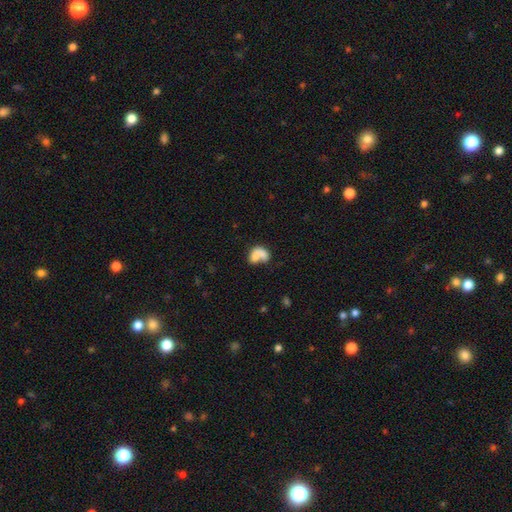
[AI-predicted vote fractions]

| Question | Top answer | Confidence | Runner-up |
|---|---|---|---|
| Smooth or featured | smooth | 64% | featured or disk (27%) |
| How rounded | in between | 70% | round (28%) |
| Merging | merger | 54% | none (22%) |